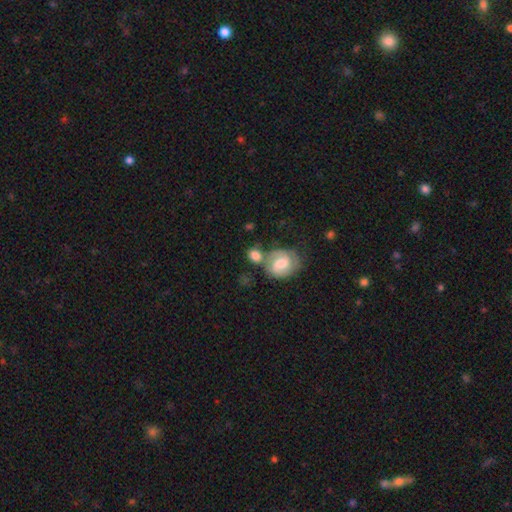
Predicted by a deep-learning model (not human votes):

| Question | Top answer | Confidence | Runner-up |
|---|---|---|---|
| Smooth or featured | smooth | 62% | featured or disk (30%) |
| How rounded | round | 52% | in between (45%) |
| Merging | none | 41% | merger (39%) |